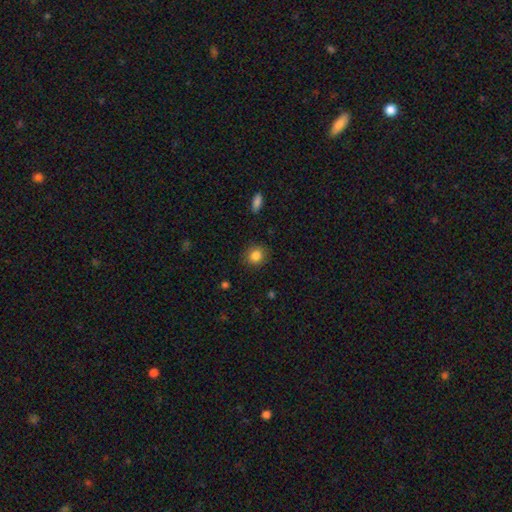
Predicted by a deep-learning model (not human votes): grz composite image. It shows a smooth galaxy with no disk features (85%) that is round (84%). Merging: none (88%).